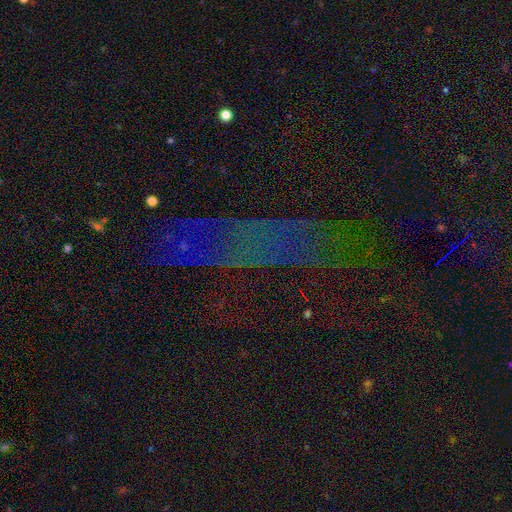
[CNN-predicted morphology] Smooth or featured? star or artifact (62%)